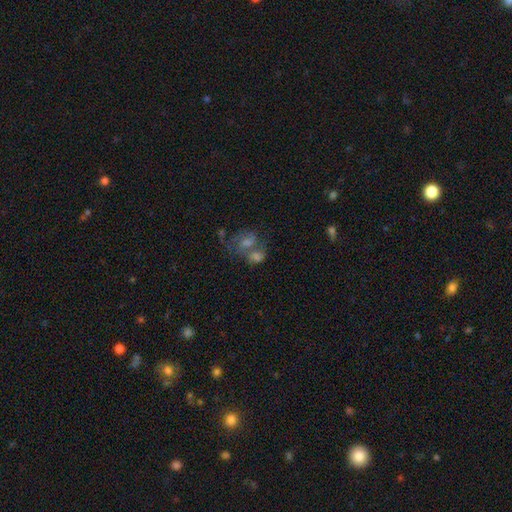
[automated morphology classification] Smooth or featured: featured or disk — 46% (smooth — 37%)
Merging: merger — 56% (none — 27%)